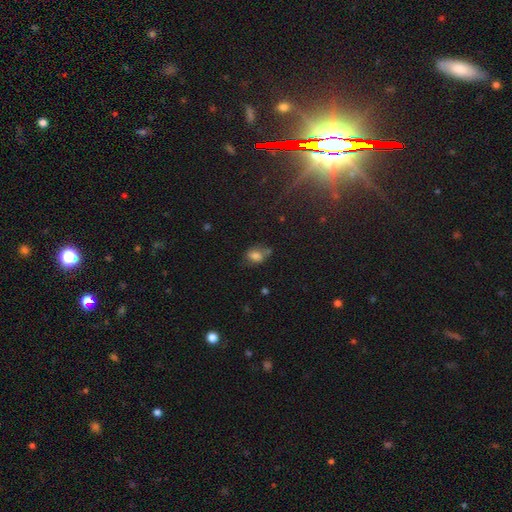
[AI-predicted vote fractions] A smooth galaxy with no disk features (73%) that is in between round and cigar-shaped (68%). Merging: none (46%).